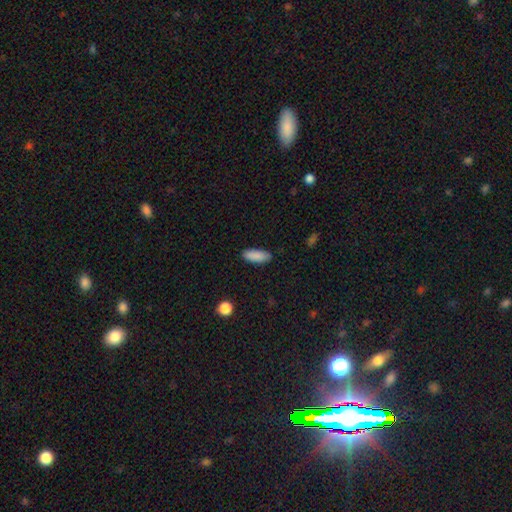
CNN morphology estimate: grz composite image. It shows a smooth galaxy with no disk features (88%) that is in between round and cigar-shaped (74%). Merging: none (85%).